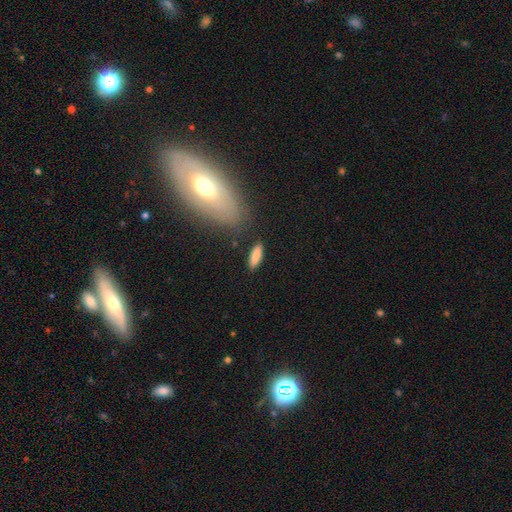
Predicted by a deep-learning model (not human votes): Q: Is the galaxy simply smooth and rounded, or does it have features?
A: smooth — 86%.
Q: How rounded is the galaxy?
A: cigar-shaped — 49%.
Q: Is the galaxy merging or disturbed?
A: none — 85%.